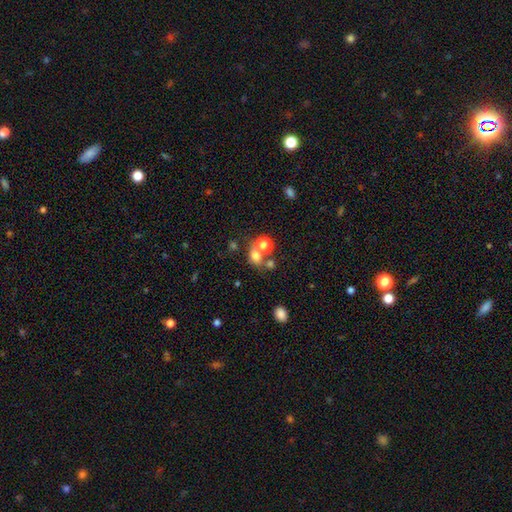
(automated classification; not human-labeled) Smooth or featured: smooth — 69% (star or artifact — 19%)
How rounded: round — 60% (in between — 39%)
Merging: none — 48% (merger — 36%)